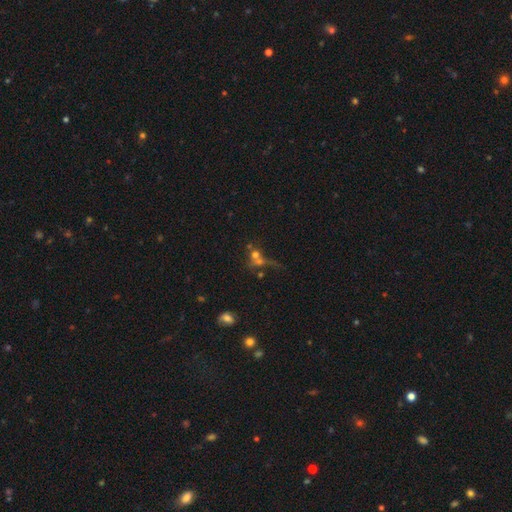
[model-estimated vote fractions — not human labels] The model was most divided on "merging": merger: 45%, none: 32%, major disturbance: 14%, minor disturbance: 9%. Remaining: smooth or featured — smooth (46%).